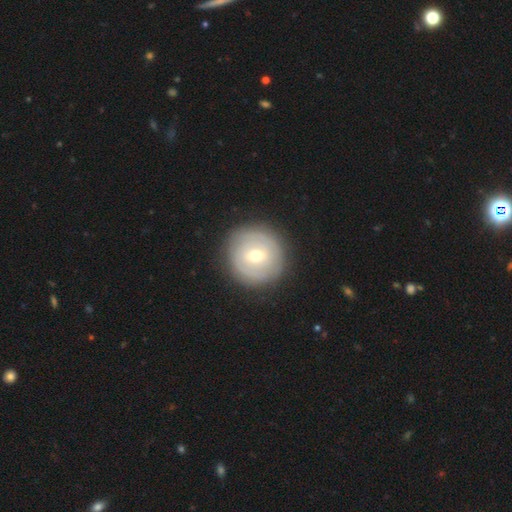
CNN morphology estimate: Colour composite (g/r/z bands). It shows a featured or disk galaxy (51%). Merging: none (87%).